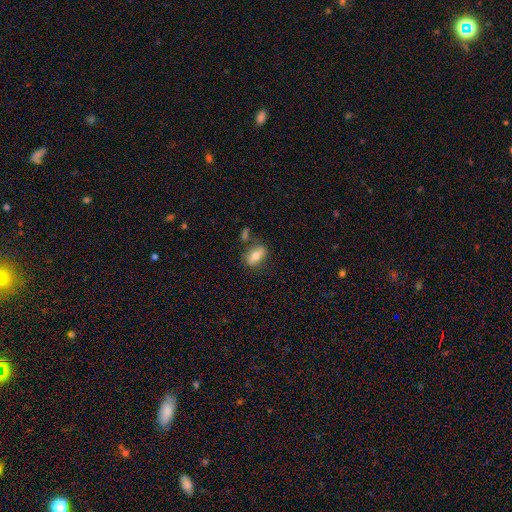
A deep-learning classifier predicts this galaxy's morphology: smooth_or_featured: smooth (p=0.70) [alt: featured or disk p=0.23]
how_rounded: in between (p=0.85) [alt: cigar-shaped p=0.07]
merging: none (p=0.70) [alt: minor disturbance p=0.16]